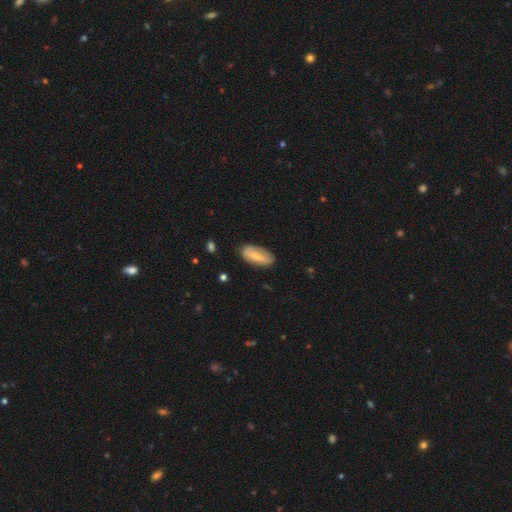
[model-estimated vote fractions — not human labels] A smooth galaxy with no disk features (73%) that is in between round and cigar-shaped (84%). Merging: none (80%).